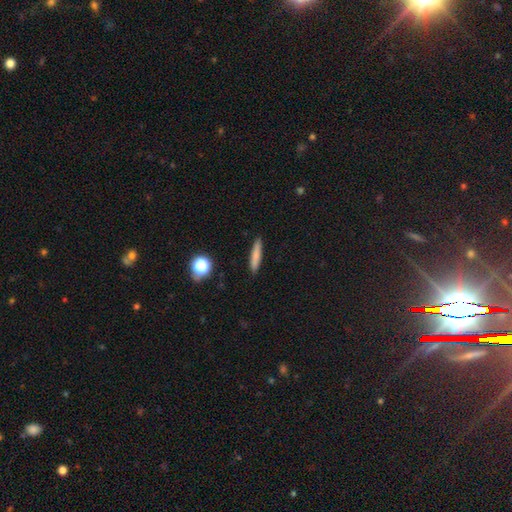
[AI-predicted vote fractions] Smooth or featured? smooth (78%)
How rounded? cigar-shaped (89%)
Merging? none (89%)